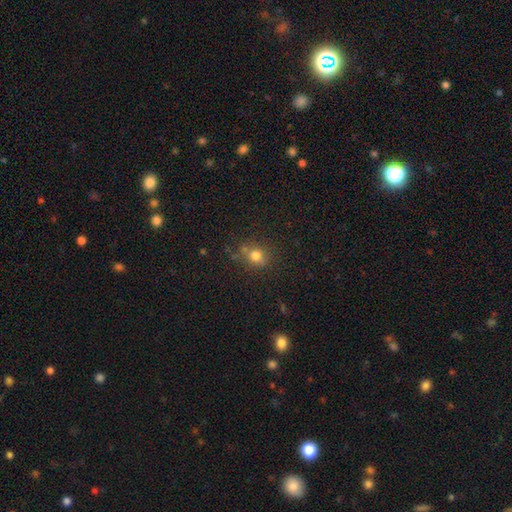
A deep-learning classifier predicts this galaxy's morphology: This appears to be a smooth galaxy with no disk features (75%) that is round (73%). Merging: none (69%).